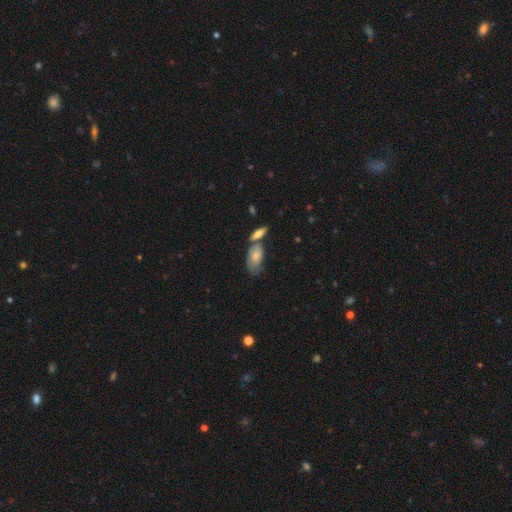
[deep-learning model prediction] Morphology: type=smooth (61%); roundness=in between (89%); merging=none (39%).